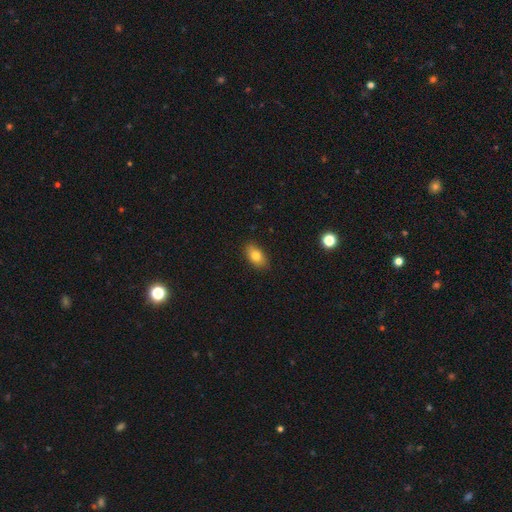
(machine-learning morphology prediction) This appears to be a smooth galaxy with no disk features (80%) that is in between round and cigar-shaped (87%). Merging: none (86%).